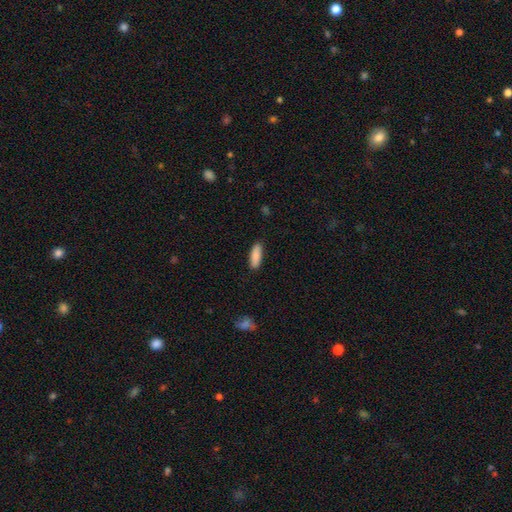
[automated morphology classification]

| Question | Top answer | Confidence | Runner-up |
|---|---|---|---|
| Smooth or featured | smooth | 85% | featured or disk (8%) |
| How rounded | in between | 56% | cigar-shaped (43%) |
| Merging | none | 86% | minor disturbance (10%) |